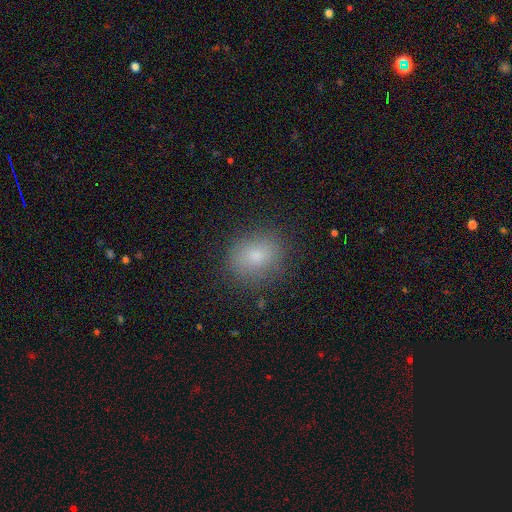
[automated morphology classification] Q: Smooth or featured?
A: smooth (79%); runner-up: star or artifact (11%)
Q: How rounded?
A: round (61%); runner-up: in between (38%)
Q: Merging?
A: none (82%); runner-up: minor disturbance (13%)